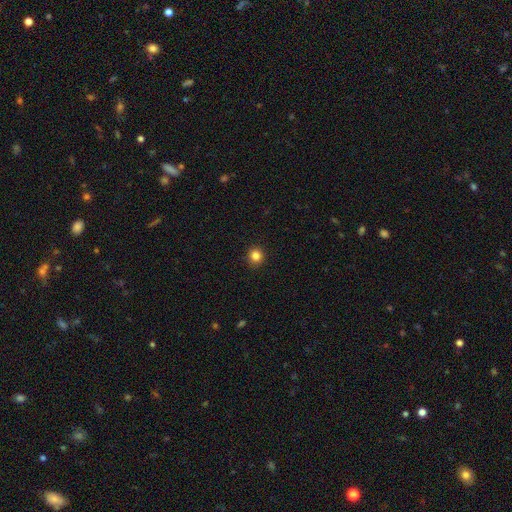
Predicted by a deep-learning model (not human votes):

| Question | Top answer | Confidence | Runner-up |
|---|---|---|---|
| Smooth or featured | smooth | 84% | star or artifact (12%) |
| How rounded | round | 92% | in between (7%) |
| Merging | none | 92% | minor disturbance (6%) |